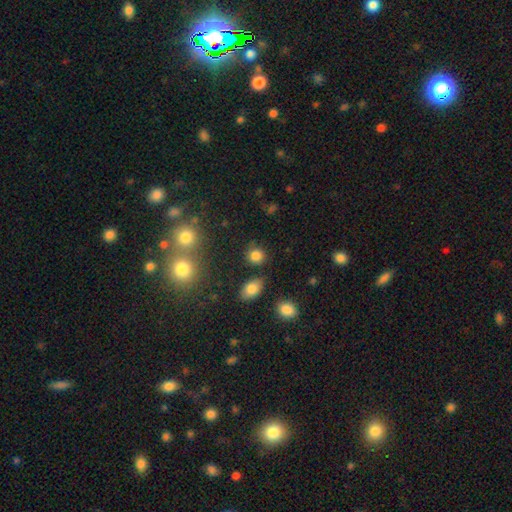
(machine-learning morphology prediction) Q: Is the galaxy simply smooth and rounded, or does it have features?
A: smooth — 83%.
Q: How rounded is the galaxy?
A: round — 81%.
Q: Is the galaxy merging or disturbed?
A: none — 81%.